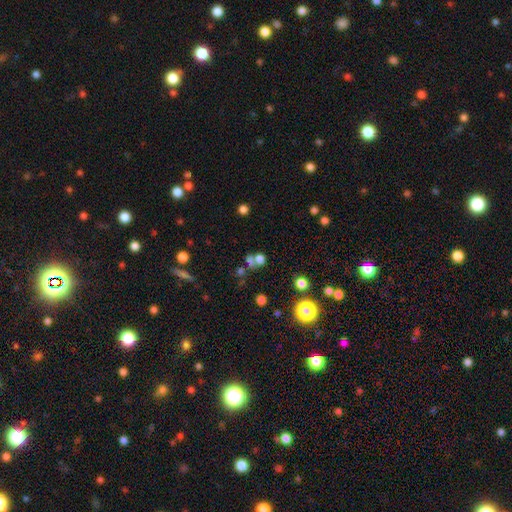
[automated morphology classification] Smooth or featured?
  - smooth: 56% *
  - star or artifact: 31%
  - featured or disk: 14%
How rounded?
  - round: 76% *
  - in between: 22%
  - cigar-shaped: 2%
Merging?
  - none: 49% *
  - merger: 37%
  - minor disturbance: 8%
  - major disturbance: 6%